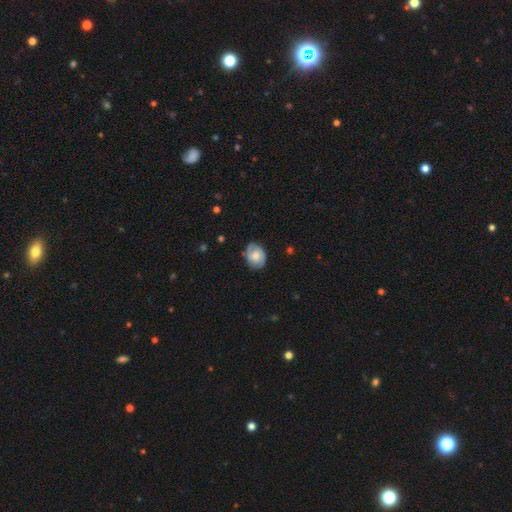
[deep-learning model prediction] smooth 50%, featured or disk 43%, star or artifact 7%. Down the decision tree: merging — none (76%).